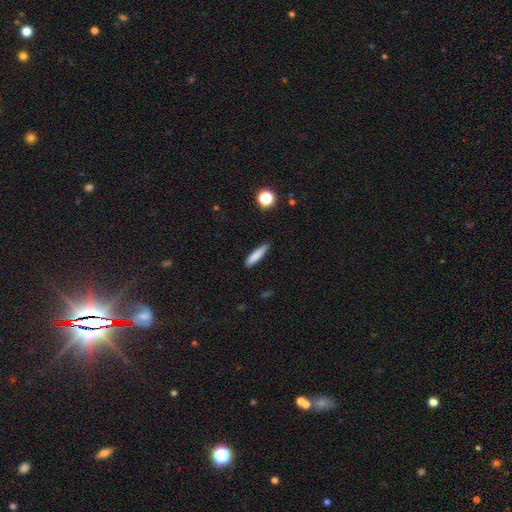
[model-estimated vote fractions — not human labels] Smooth or featured?
  - smooth: 82% *
  - featured or disk: 10%
  - star or artifact: 8%
How rounded?
  - cigar-shaped: 82% *
  - in between: 16%
  - round: 2%
Merging?
  - none: 81% *
  - minor disturbance: 15%
  - major disturbance: 3%
  - merger: 2%